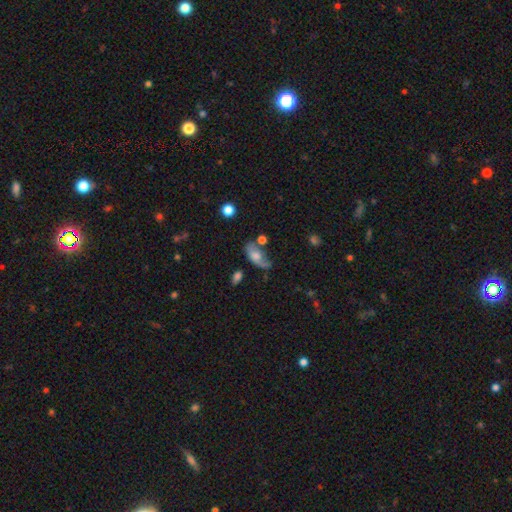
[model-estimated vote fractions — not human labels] Smooth or featured? smooth (51%)
How rounded? in between (87%)
Merging? none (32%)